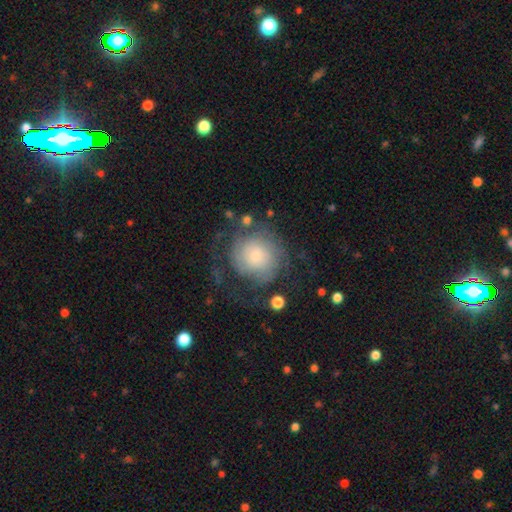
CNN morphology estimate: Smooth or featured: featured or disk — 52% (smooth — 39%)
Edge-on disk: no — 97% (yes — 3%)
Bar: no — 80% (weak — 17%)
Spiral arms: yes — 81% (no — 19%)
Bulge size: small — 53% (moderate — 24%)
Merging: none — 55% (major disturbance — 24%)